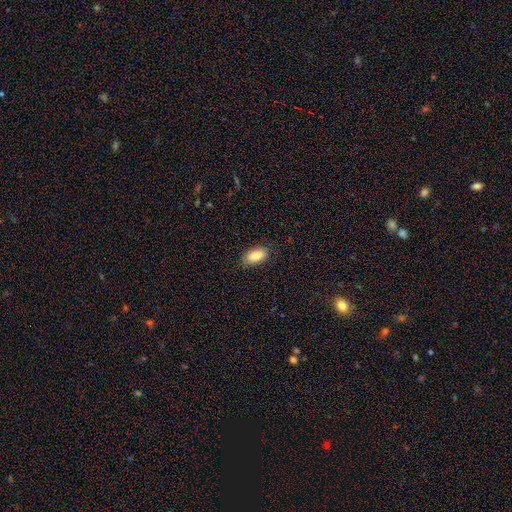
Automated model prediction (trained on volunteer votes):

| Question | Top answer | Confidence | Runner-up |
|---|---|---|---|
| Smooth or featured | smooth | 85% | featured or disk (8%) |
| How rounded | in between | 93% | cigar-shaped (4%) |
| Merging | none | 86% | minor disturbance (11%) |